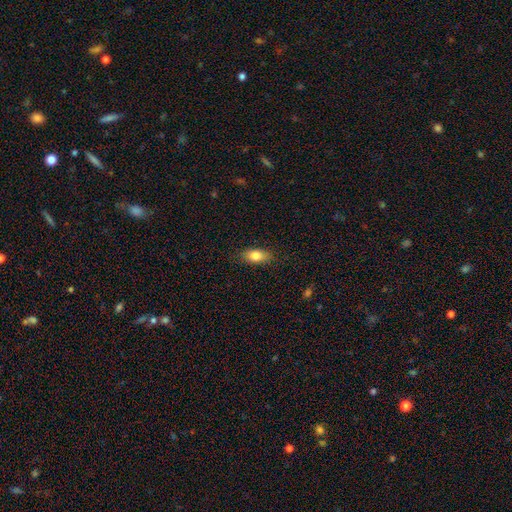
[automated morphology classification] The model was most divided on "smooth or featured": smooth: 80%, featured or disk: 12%, star or artifact: 8%. More confident: how rounded — in between (85%); merging — none (84%).